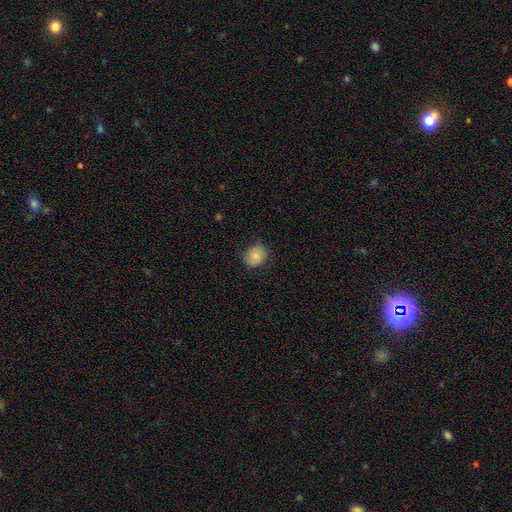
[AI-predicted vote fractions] smooth-or-featured: smooth: 81% | featured or disk: 11% | star or artifact: 8%
  how-rounded: round: 75% | in between: 25% | cigar-shaped: 1%
  merging: none: 82% | minor disturbance: 14% | major disturbance: 3% | merger: 1%